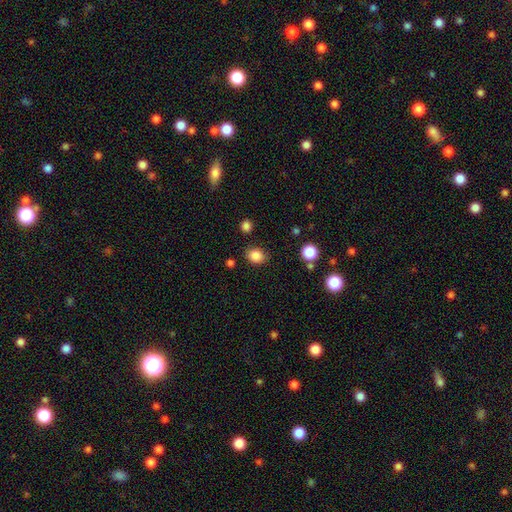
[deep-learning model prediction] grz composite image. It shows a smooth galaxy with no disk features (85%) that is round (61%). Merging: none (81%).